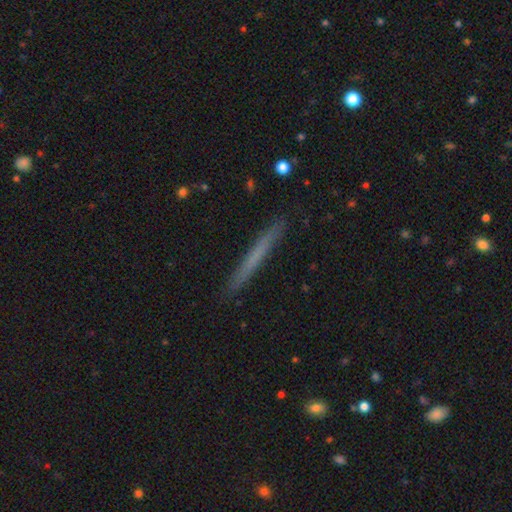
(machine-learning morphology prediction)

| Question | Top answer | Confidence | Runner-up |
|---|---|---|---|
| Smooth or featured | smooth | 56% | featured or disk (37%) |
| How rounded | cigar-shaped | 97% | in between (2%) |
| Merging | none | 91% | minor disturbance (7%) |